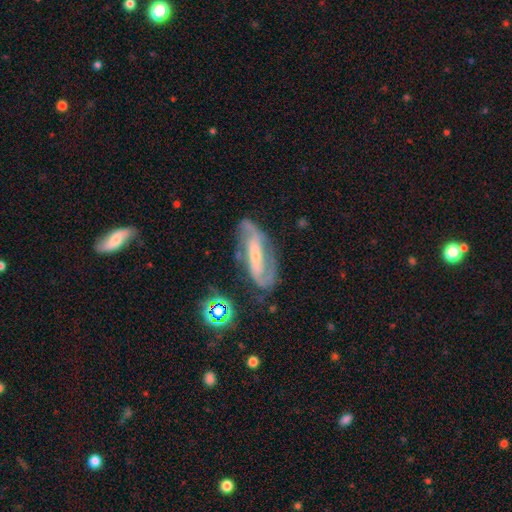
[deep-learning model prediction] Overall: featured or disk (83%). Edge-on disk: no (90%). Bar: strong (49%; weak 29%). Spiral arms: yes (93%). Spiral arm count: 2 (85%). Spiral winding: medium (47%; tight 30%). Bulge size: small (63%; moderate 28%). Merging: none (71%).